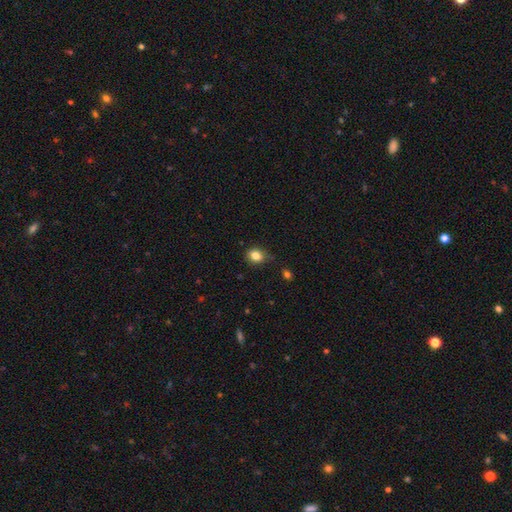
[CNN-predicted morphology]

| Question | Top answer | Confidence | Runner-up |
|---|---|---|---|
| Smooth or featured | smooth | 83% | star or artifact (11%) |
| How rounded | round | 57% | in between (42%) |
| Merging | none | 75% | minor disturbance (20%) |